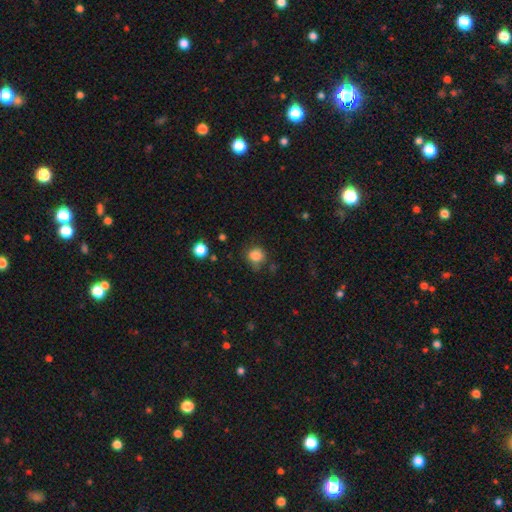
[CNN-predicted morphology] Smooth or featured?
  - smooth: 83% *
  - star or artifact: 11%
  - featured or disk: 6%
How rounded?
  - round: 77% *
  - in between: 22%
  - cigar-shaped: 1%
Merging?
  - none: 63% *
  - minor disturbance: 25%
  - major disturbance: 8%
  - merger: 4%